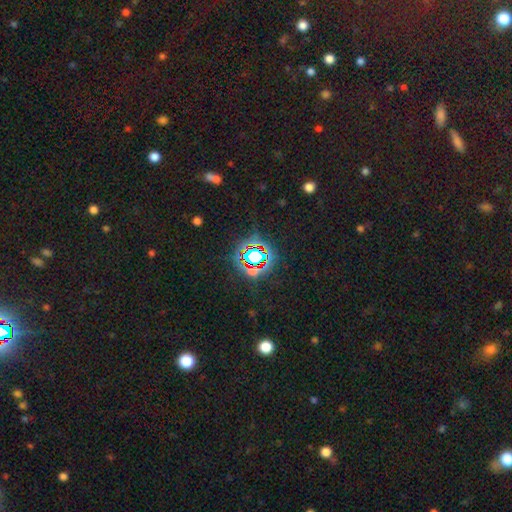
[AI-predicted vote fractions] Smooth or featured: star or artifact — 73% (smooth — 17%)